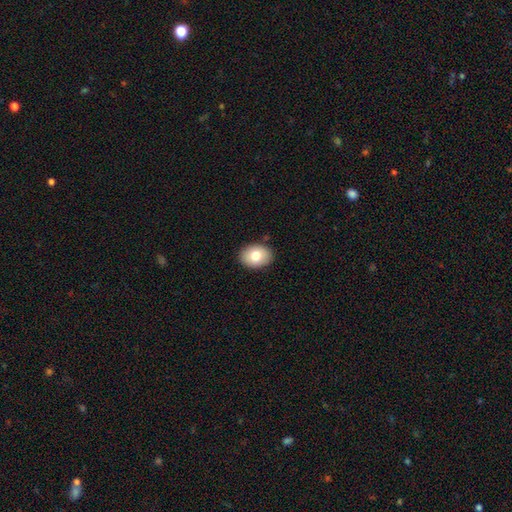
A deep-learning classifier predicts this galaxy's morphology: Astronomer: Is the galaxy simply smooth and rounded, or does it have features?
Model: smooth — 78%.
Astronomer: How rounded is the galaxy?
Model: in between — 68%.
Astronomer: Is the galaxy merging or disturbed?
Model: none — 89%.